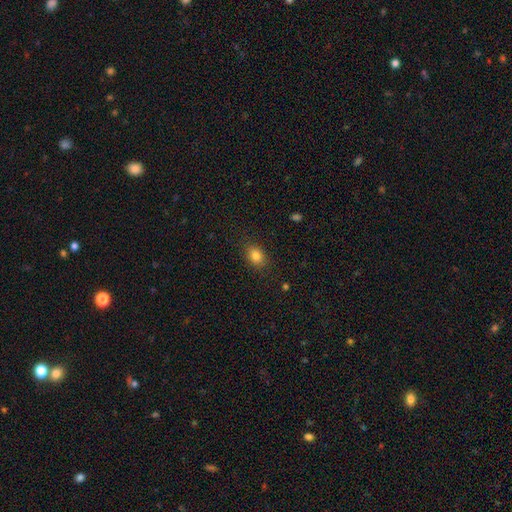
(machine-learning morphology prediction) A smooth galaxy with no disk features (84%) that is in between round and cigar-shaped (72%).

Vote fractions:
- Smooth or featured? smooth: 84% / star or artifact: 10% / featured or disk: 6%
- How rounded? in between: 72% / round: 26% / cigar-shaped: 2%
- Merging? none: 84% / minor disturbance: 12% / major disturbance: 4% / merger: 1%